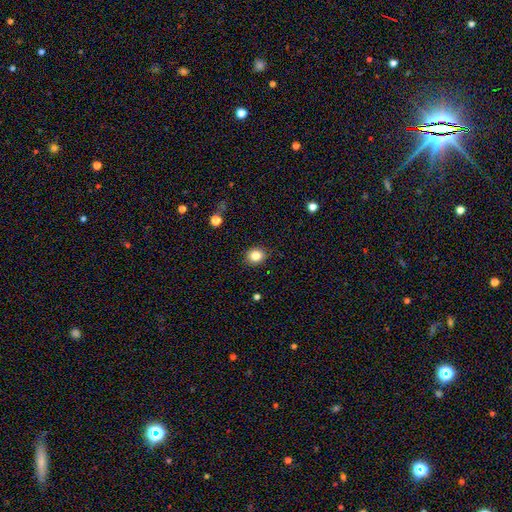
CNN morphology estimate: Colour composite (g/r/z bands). It shows a smooth galaxy with no disk features (83%) that is round (74%). Merging: none (89%).